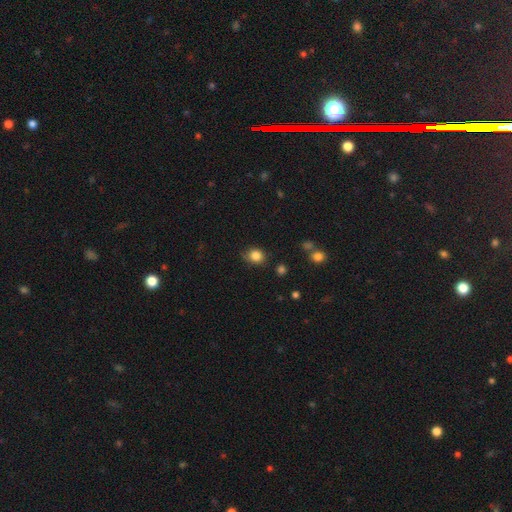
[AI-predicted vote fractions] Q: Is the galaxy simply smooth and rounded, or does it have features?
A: smooth — 84%.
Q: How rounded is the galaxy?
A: round — 68%.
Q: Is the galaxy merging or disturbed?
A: none — 73%.